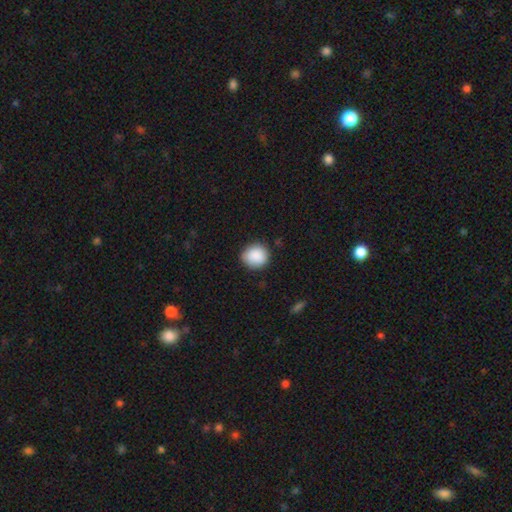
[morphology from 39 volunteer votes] A smooth galaxy with no disk features (95%) that is round (95%).

Vote fractions:
- Smooth or featured? smooth: 95% / star or artifact: 5% / featured or disk: 0%
- How rounded? round: 95% / in between: 5% / cigar-shaped: 0%
- Merging? none: 78% / minor disturbance: 16% / major disturbance: 3% / merger: 3%